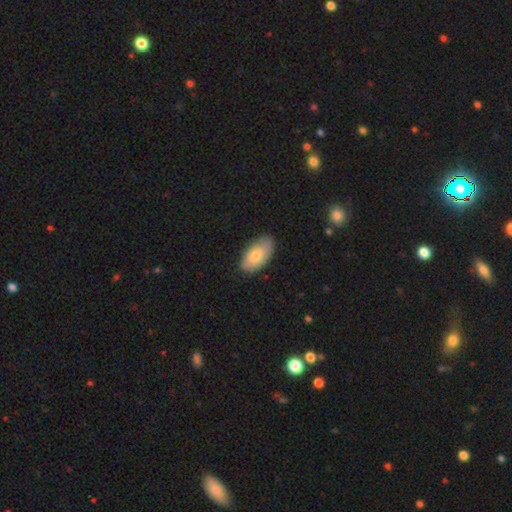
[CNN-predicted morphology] Smooth or featured? smooth (76%)
How rounded? in between (94%)
Merging? none (79%)